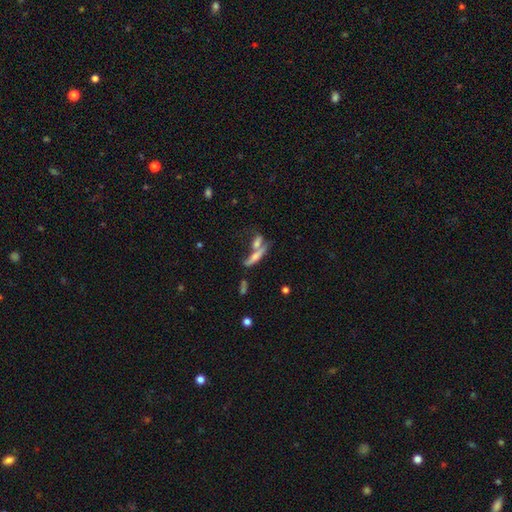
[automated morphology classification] The model was most divided on "merging": none: 45%, merger: 39%, minor disturbance: 10%, major disturbance: 6%. More confident: how rounded — cigar-shaped (74%); smooth or featured — smooth (52%).